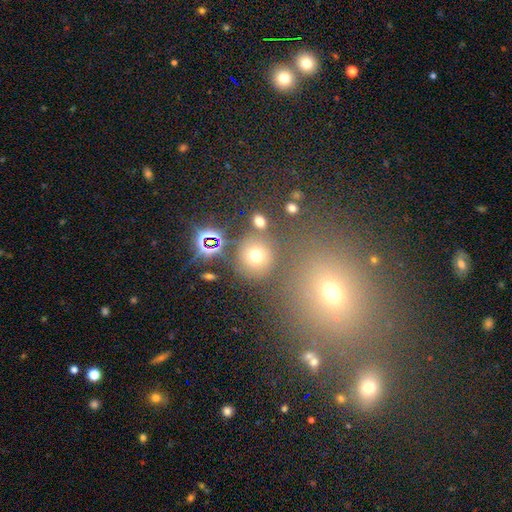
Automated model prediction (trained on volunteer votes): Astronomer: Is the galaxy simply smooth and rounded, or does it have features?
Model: smooth — 67%.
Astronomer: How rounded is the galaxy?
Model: round — 89%.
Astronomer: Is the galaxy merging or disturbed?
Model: none — 75%.